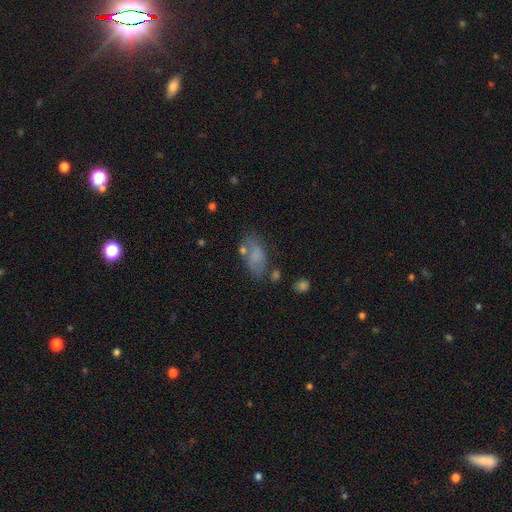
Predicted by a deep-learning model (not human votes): A smooth galaxy with no disk features (65%) that is in between round and cigar-shaped (90%).

Vote fractions:
- Smooth or featured? smooth: 65% / featured or disk: 24% / star or artifact: 11%
- How rounded? in between: 90% / round: 5% / cigar-shaped: 5%
- Merging? none: 54% / minor disturbance: 23% / major disturbance: 12% / merger: 12%